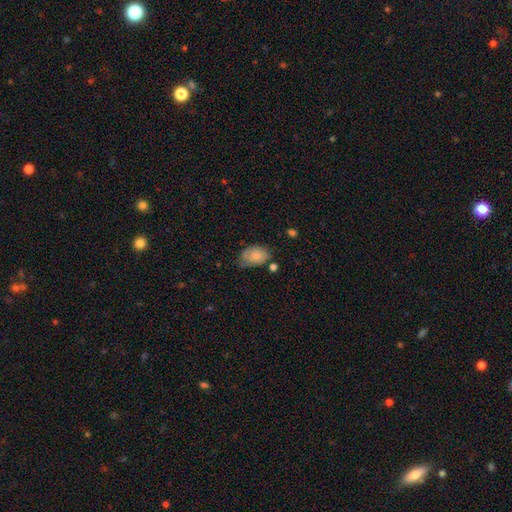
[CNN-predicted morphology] Smooth or featured? Predicted: smooth (p=0.72). How rounded? Predicted: in between (p=0.86). Merging? Predicted: none (p=0.50).